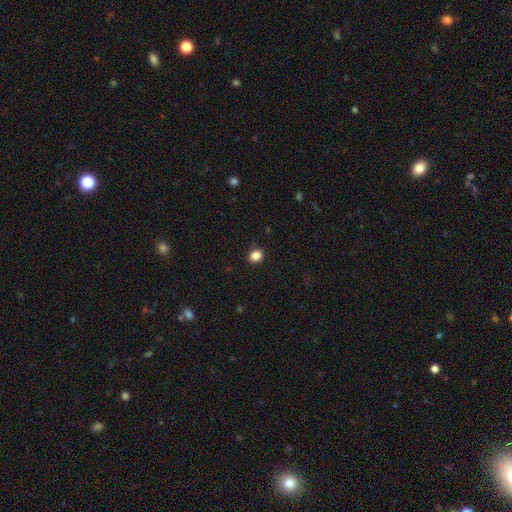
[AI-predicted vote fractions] Morphology: type=smooth (86%); roundness=round (66%); merging=none (89%).